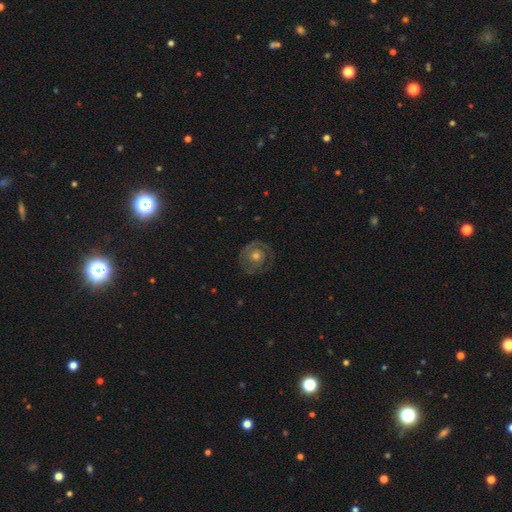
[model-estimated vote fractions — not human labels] Morphology: type=featured or disk (73%); edge-on=no (97%); bar=no (83%); spiral arms=yes (85%); winding=tight (68%); arm count=2 (41%); bulge=moderate (60%); merging=none (77%).